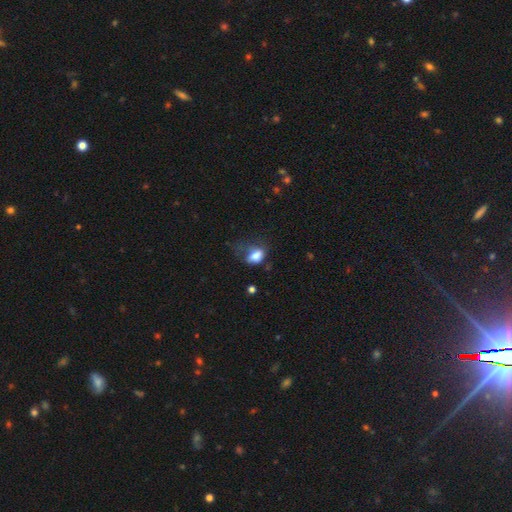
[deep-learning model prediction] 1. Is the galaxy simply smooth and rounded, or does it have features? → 77% smooth, 14% featured or disk, 9% star or artifact.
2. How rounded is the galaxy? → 80% in between, 18% round, 2% cigar-shaped.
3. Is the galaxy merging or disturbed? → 39% major disturbance, 31% minor disturbance, 27% none, 4% merger.